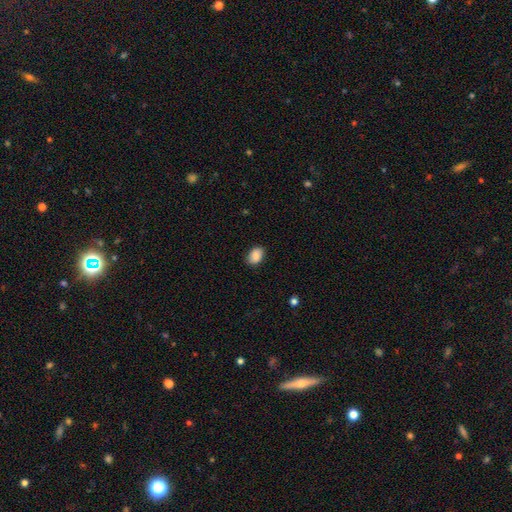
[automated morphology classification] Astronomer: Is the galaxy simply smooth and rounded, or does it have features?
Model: smooth — 88%.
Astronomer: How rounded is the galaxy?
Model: in between — 85%.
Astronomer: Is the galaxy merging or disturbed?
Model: none — 86%.